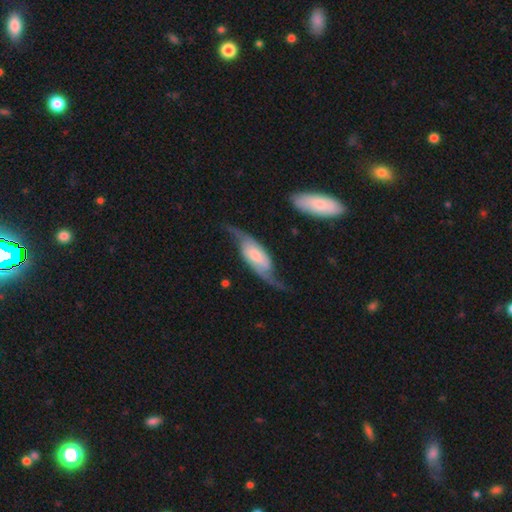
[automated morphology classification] Smooth or featured?
  - featured or disk: 78% *
  - smooth: 16%
  - star or artifact: 5%
Edge-on disk?
  - no: 88% *
  - yes: 12%
Bar?
  - no: 45% *
  - weak: 38%
  - strong: 17%
Spiral arms?
  - yes: 95% *
  - no: 5%
Spiral winding?
  - loose: 70% *
  - medium: 22%
  - tight: 7%
Spiral arm count?
  - 2: 91% *
  - can't tell: 4%
  - 1: 2%
  - 3: 1%
  - 4: 1%
  - more than 4: 1%
Bulge size?
  - moderate: 34% *
  - small: 29%
  - large: 19%
  - none: 13%
  - dominant: 5%
Merging?
  - none: 59% *
  - minor disturbance: 22%
  - major disturbance: 16%
  - merger: 3%